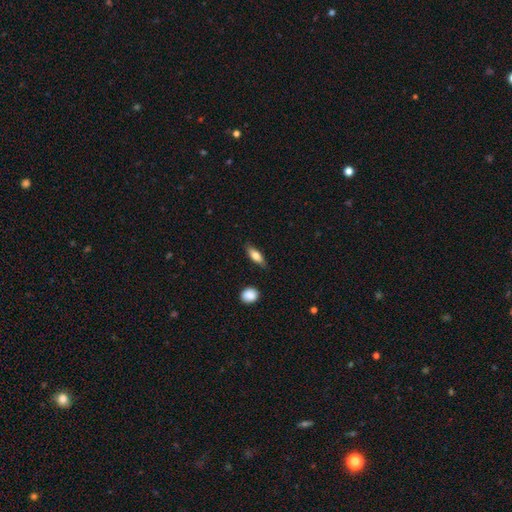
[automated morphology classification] This appears to be a smooth galaxy with no disk features (70%) that is in between round and cigar-shaped (59%). Merging: none (82%).